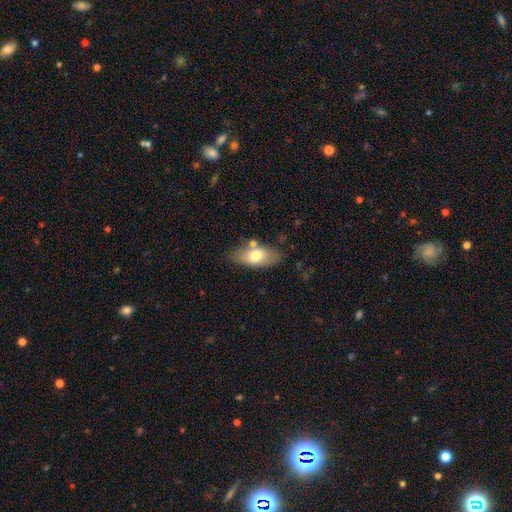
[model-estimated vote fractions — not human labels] This is likely a smooth galaxy (71%). How rounded: clearly in between (87%). Merging: likely none (73%).